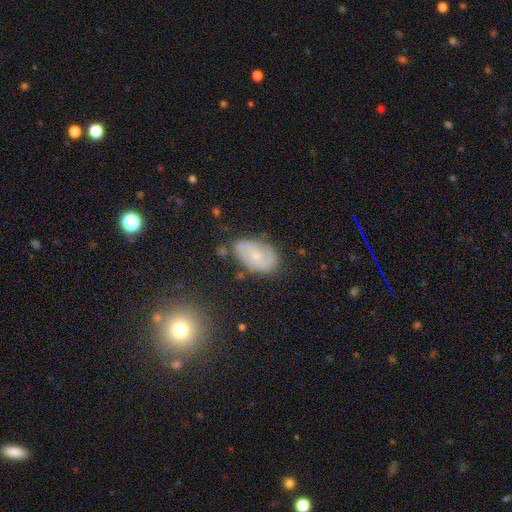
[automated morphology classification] Smooth or featured? featured or disk (47%)
Merging? none (69%)